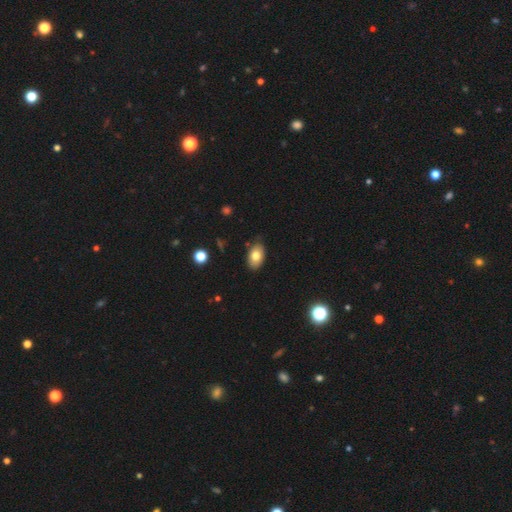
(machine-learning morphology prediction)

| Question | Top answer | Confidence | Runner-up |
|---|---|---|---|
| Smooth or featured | smooth | 78% | featured or disk (14%) |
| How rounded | in between | 91% | round (8%) |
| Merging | none | 83% | minor disturbance (13%) |